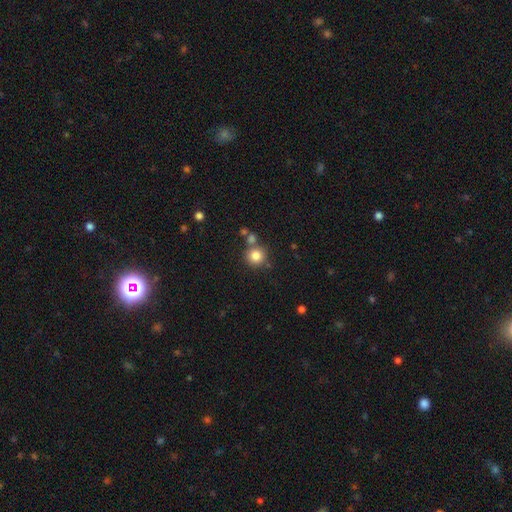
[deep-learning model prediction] A smooth galaxy with no disk features (82%) that is round (93%). Merging: none (71%).